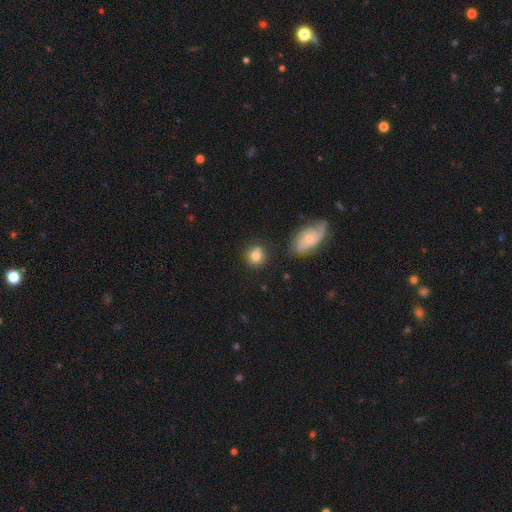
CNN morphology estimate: smooth_or_featured: smooth (p=0.73) [alt: featured or disk p=0.17]
how_rounded: round (p=0.86) [alt: in between p=0.13]
merging: none (p=0.68) [alt: merger p=0.14]